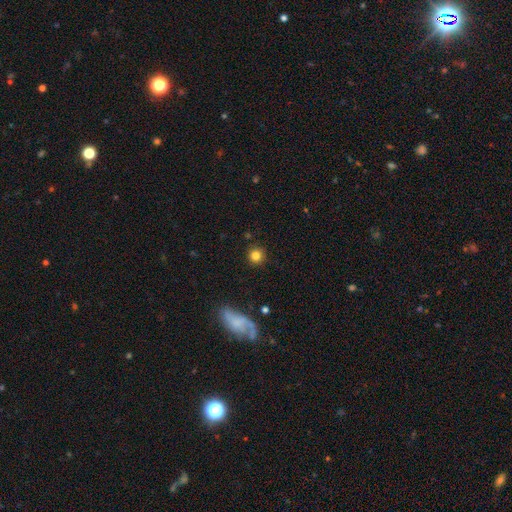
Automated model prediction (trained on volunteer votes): This appears to be a smooth galaxy with no disk features (81%) that is round (93%). Merging: none (89%).